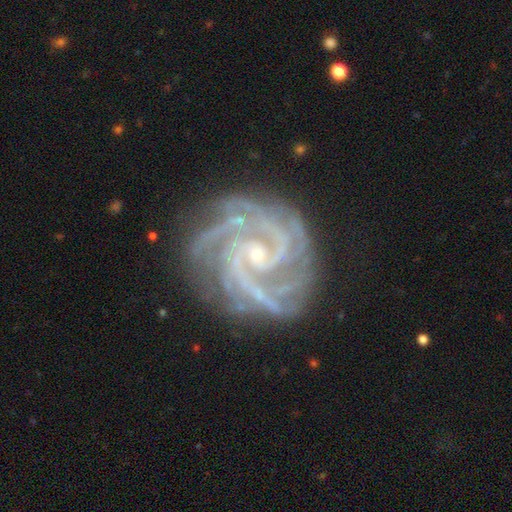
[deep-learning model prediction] featured or disk 93%, star or artifact 5%, smooth 2%. Down the decision tree: edge-on disk — no (98%); bar — no (55%); spiral arms — yes (99%); spiral arm count — 3 (33%); spiral winding — tight (68%); bulge size — small (78%); merging — none (76%).